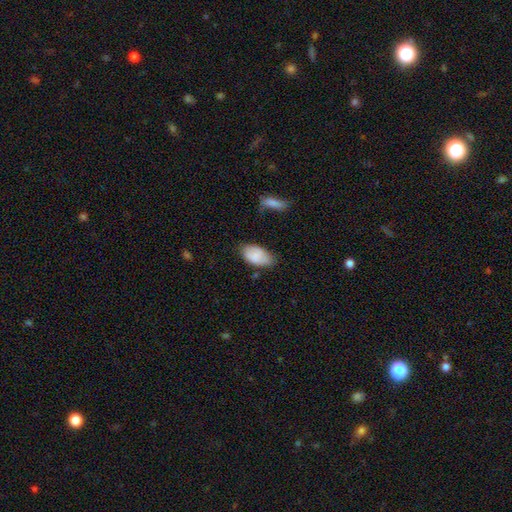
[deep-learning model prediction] Overall: smooth (83%). How rounded: in between (95%). Merging: none (62%; minor disturbance 29%).